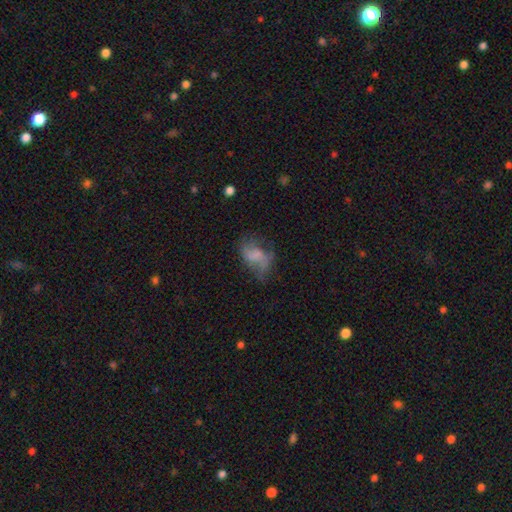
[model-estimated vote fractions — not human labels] Smooth or featured? Predicted: smooth (p=0.49). Merging? Predicted: major disturbance (p=0.34, tied with none).